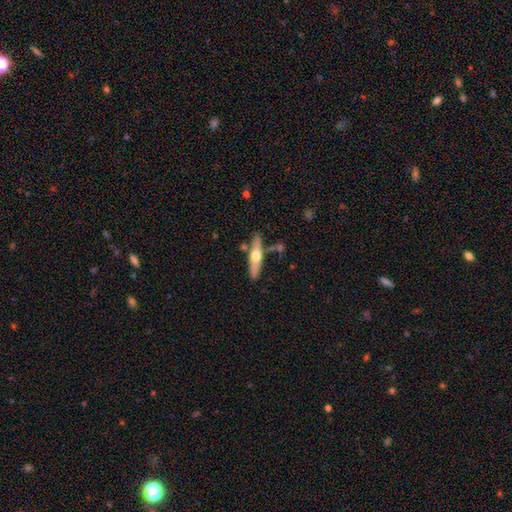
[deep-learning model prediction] A featured or disk galaxy (55%) viewed edge-on (91%). Merging: none (75%).